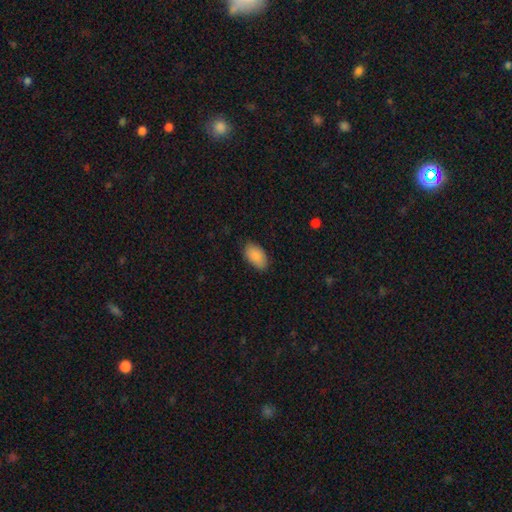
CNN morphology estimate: smooth-or-featured: smooth: 88% | star or artifact: 6% | featured or disk: 6%
  how-rounded: in between: 94% | round: 4% | cigar-shaped: 2%
  merging: none: 82% | minor disturbance: 15% | major disturbance: 3% | merger: 1%